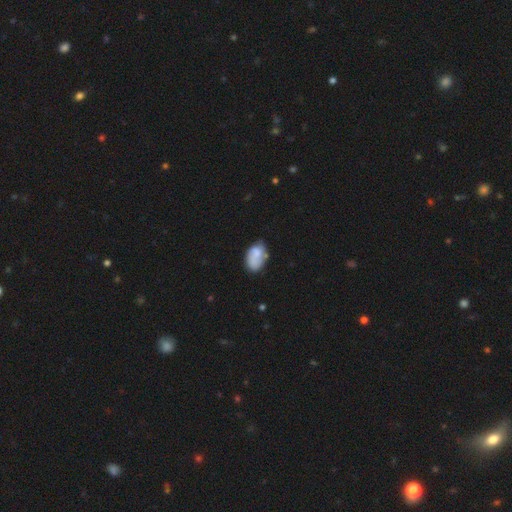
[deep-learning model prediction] This appears to be a smooth galaxy with no disk features (71%) that is in between round and cigar-shaped (88%). Merging: none (52%).